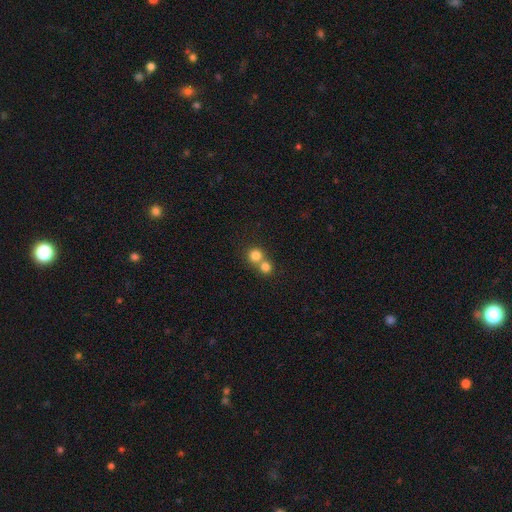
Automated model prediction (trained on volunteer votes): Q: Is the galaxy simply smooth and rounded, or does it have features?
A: smooth — 80%.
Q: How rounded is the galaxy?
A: round — 90%.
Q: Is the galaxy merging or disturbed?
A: merger — 51%.